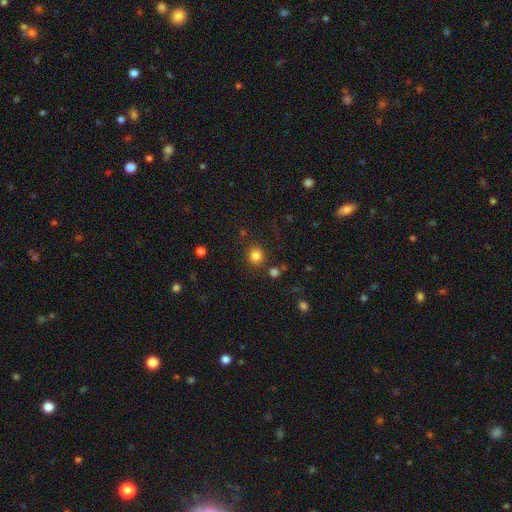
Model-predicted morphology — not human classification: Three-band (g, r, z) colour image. It shows a smooth galaxy with no disk features (83%) that is round (89%). Merging: none (84%).